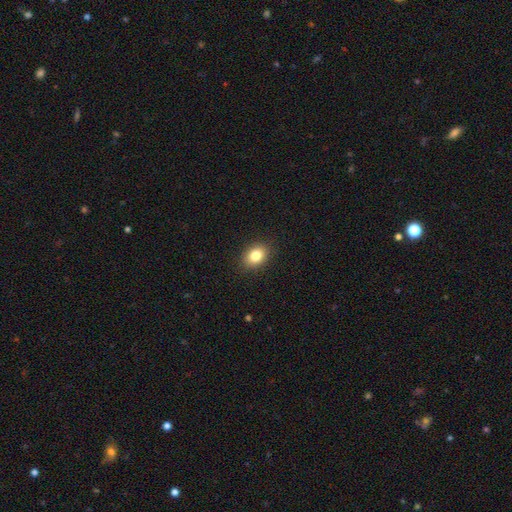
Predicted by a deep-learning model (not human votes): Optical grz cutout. It shows a smooth galaxy with no disk features (82%) that is in between round and cigar-shaped (73%). Merging: none (89%).